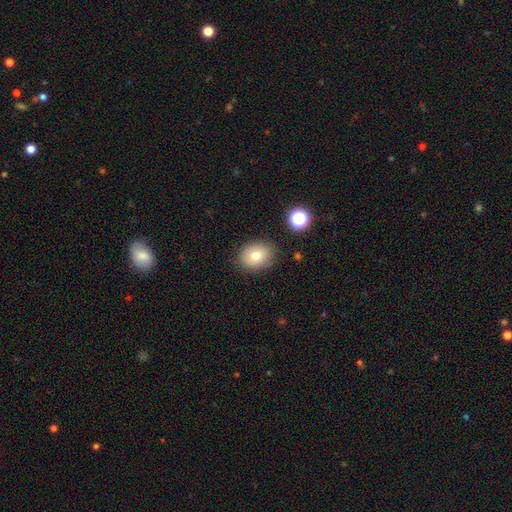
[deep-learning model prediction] Smooth or featured? smooth (79%)
How rounded? in between (56%)
Merging? none (84%)